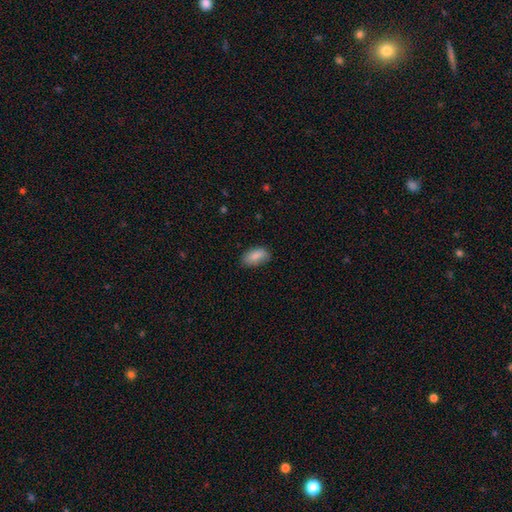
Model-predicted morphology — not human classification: This is clearly a smooth galaxy (87%). How rounded: clearly in between (92%). Merging: likely none (73%).